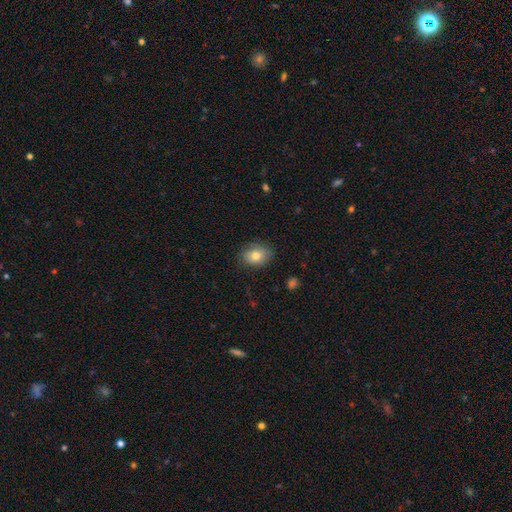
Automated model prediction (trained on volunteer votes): A smooth galaxy with no disk features (80%) that is in between round and cigar-shaped (61%).

Vote fractions:
- Smooth or featured? smooth: 80% / featured or disk: 11% / star or artifact: 9%
- How rounded? in between: 61% / round: 38% / cigar-shaped: 1%
- Merging? none: 82% / minor disturbance: 14% / major disturbance: 3% / merger: 1%